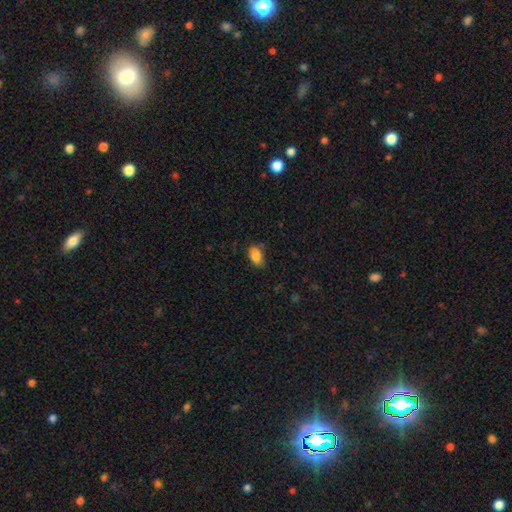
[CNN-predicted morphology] A smooth galaxy with no disk features (86%) that is in between round and cigar-shaped (91%).

Vote fractions:
- Smooth or featured? smooth: 86% / star or artifact: 8% / featured or disk: 6%
- How rounded? in between: 91% / round: 7% / cigar-shaped: 2%
- Merging? none: 71% / minor disturbance: 21% / major disturbance: 4% / merger: 3%